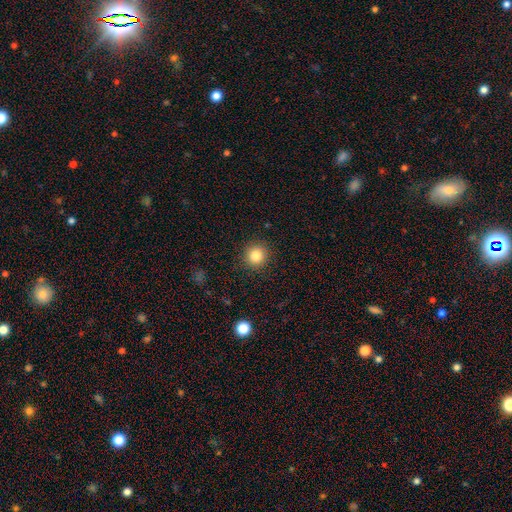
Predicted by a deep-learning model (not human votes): Smooth or featured: smooth — 84% (star or artifact — 11%)
How rounded: round — 92% (in between — 7%)
Merging: none — 90% (minor disturbance — 6%)